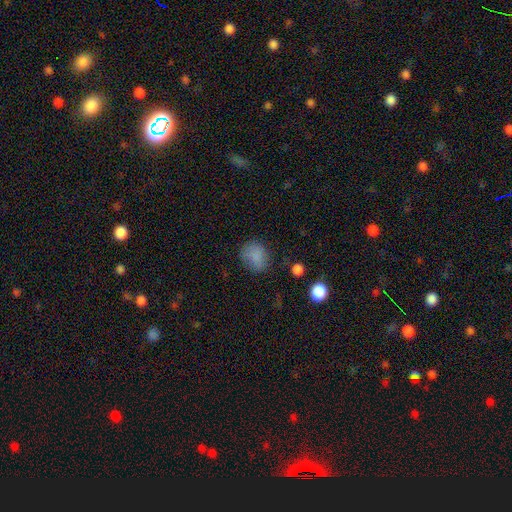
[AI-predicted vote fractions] Q: Smooth or featured?
A: smooth (82%); runner-up: star or artifact (11%)
Q: How rounded?
A: round (57%); runner-up: in between (42%)
Q: Merging?
A: none (68%); runner-up: minor disturbance (22%)